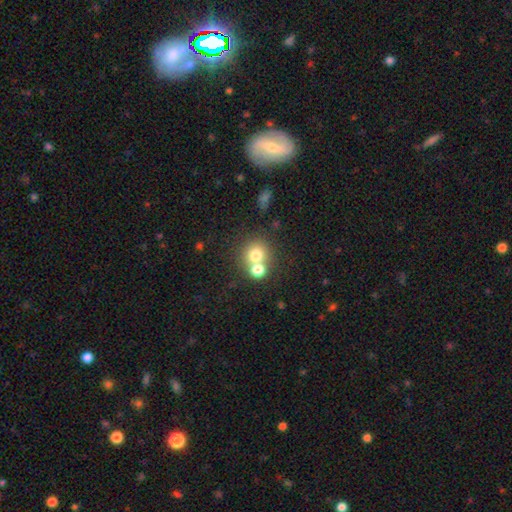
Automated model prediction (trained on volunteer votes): Q: Smooth or featured?
A: smooth (73%); runner-up: star or artifact (14%)
Q: How rounded?
A: round (86%); runner-up: in between (13%)
Q: Merging?
A: none (48%); runner-up: merger (43%)